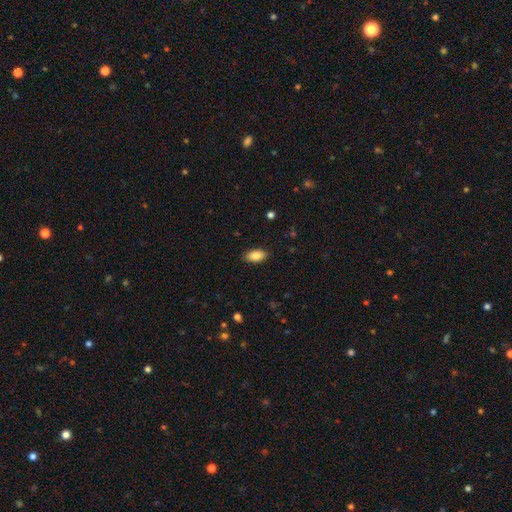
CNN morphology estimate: This is clearly a smooth galaxy (88%). How rounded: clearly in between (92%). Merging: clearly none (87%).